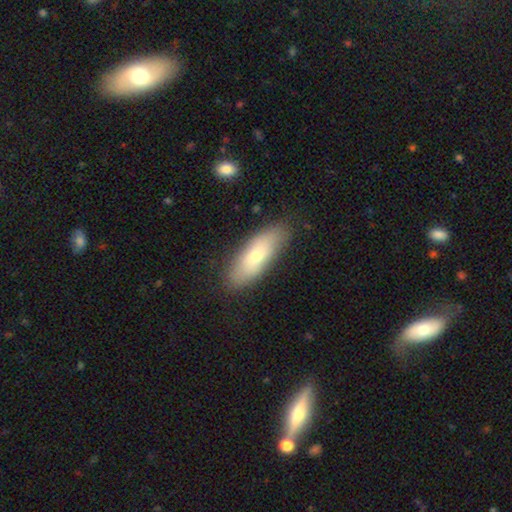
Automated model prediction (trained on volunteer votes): Q: Smooth or featured?
A: smooth (66%); runner-up: featured or disk (27%)
Q: How rounded?
A: in between (63%); runner-up: cigar-shaped (34%)
Q: Merging?
A: none (83%); runner-up: minor disturbance (13%)